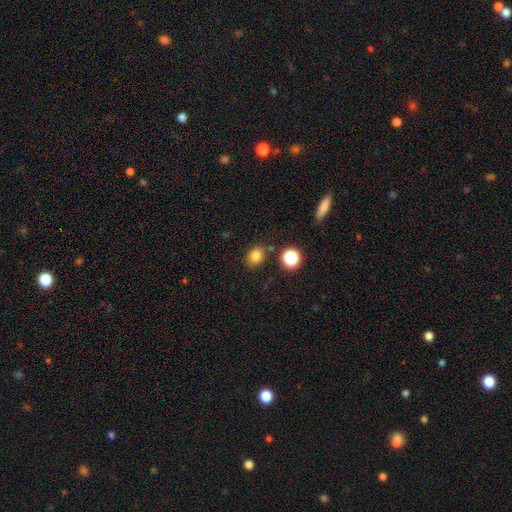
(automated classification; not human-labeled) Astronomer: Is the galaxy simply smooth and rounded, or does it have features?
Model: smooth — 79%.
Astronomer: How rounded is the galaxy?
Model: round — 52% (runner-up: in between, 47%).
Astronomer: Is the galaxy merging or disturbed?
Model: none — 78%.